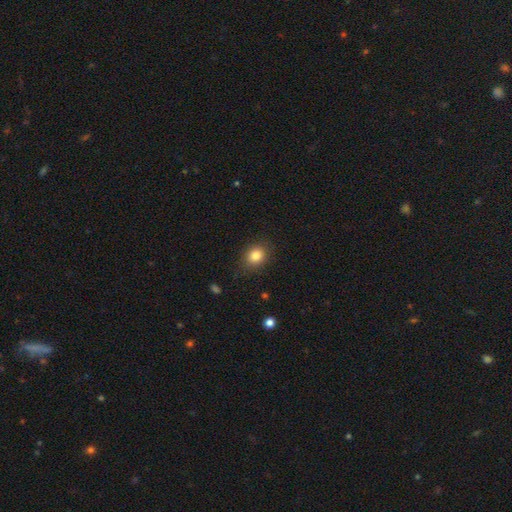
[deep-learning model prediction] A smooth galaxy with no disk features (83%) that is round (64%). Merging: none (85%).